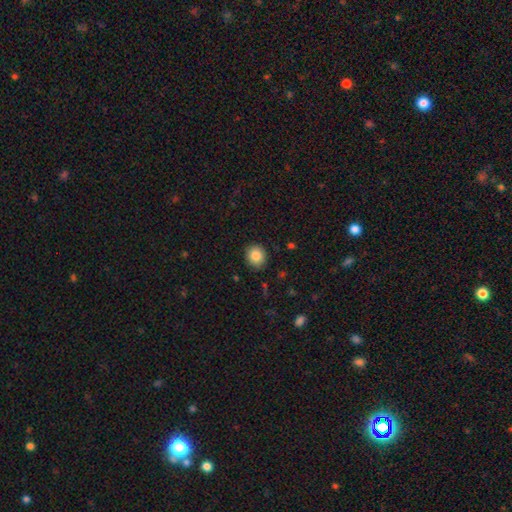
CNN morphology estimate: The model was most divided on "how rounded": round: 77%, in between: 22%, cigar-shaped: 1%. More confident: merging — none (89%); smooth or featured — smooth (85%).